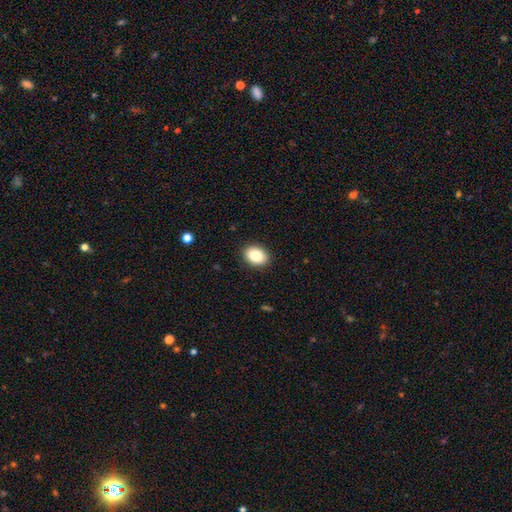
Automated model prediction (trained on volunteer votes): Smooth or featured?
  - smooth: 87% *
  - star or artifact: 8%
  - featured or disk: 5%
How rounded?
  - in between: 71% *
  - round: 28%
  - cigar-shaped: 1%
Merging?
  - none: 90% *
  - minor disturbance: 7%
  - major disturbance: 2%
  - merger: 1%